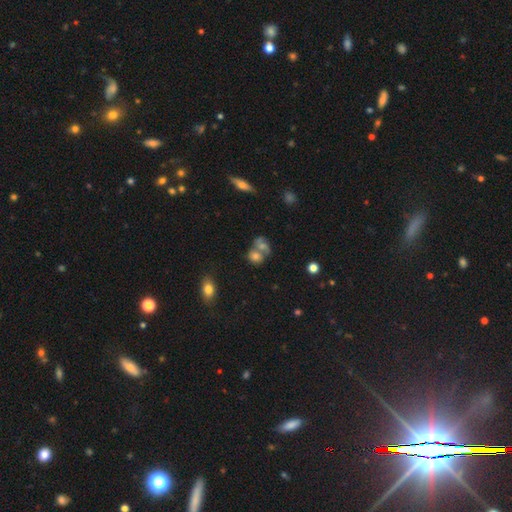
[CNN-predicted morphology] smooth-or-featured: smooth: 61% | featured or disk: 25% | star or artifact: 13%
  how-rounded: round: 55% | in between: 44% | cigar-shaped: 2%
  merging: merger: 56% | none: 28% | minor disturbance: 10% | major disturbance: 7%